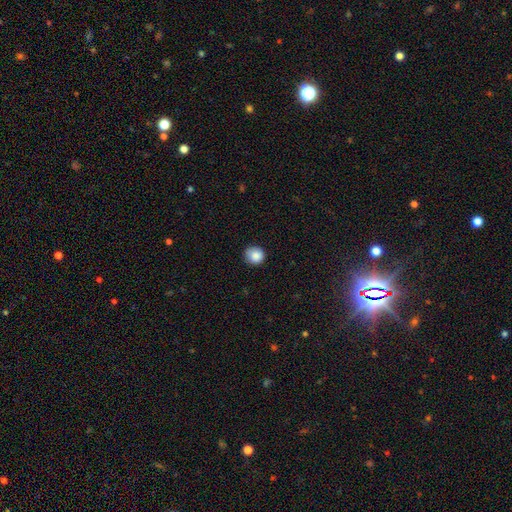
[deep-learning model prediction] Smooth or featured: smooth — 87% (star or artifact — 9%)
How rounded: round — 89% (in between — 10%)
Merging: none — 80% (minor disturbance — 16%)